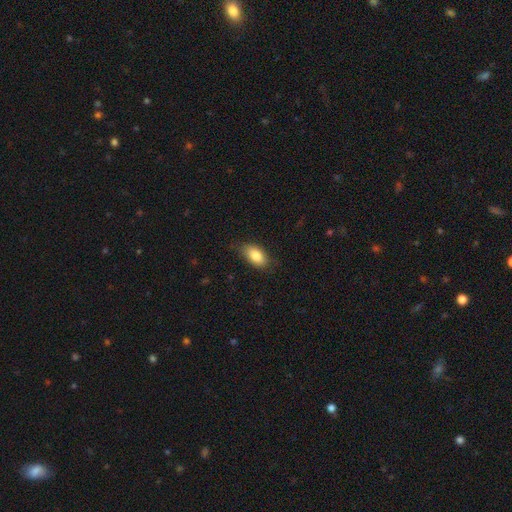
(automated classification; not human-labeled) The model was most divided on "merging": none: 78%, minor disturbance: 18%, major disturbance: 3%, merger: 1%. More confident: how rounded — in between (92%); smooth or featured — smooth (83%).